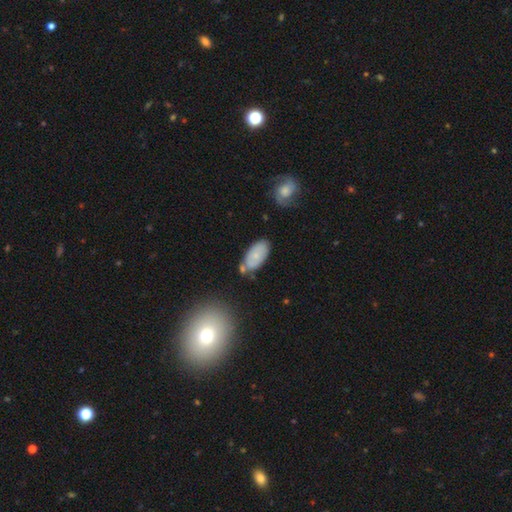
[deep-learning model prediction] Smooth or featured? Predicted: smooth (p=0.67). How rounded? Predicted: in between (p=0.93). Merging? Predicted: none (p=0.64).